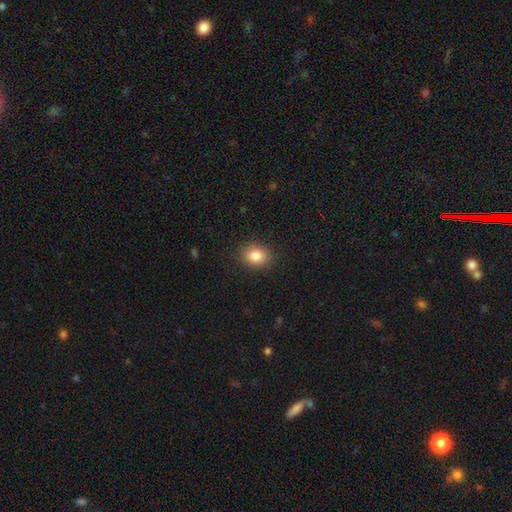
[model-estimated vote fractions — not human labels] This is clearly a smooth galaxy (83%). How rounded: possibly in between (52%). Merging: clearly none (89%).